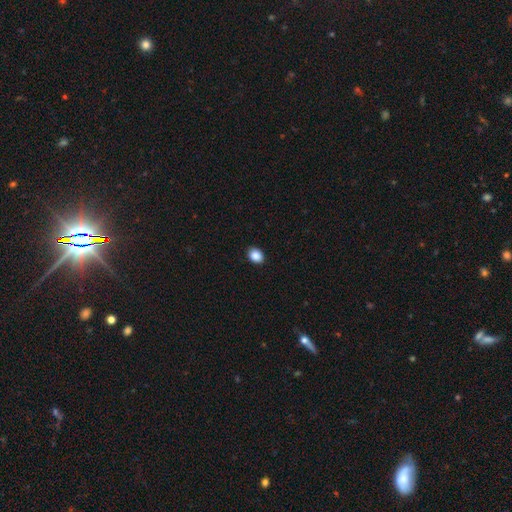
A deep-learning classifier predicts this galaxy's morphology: Smooth or featured? smooth (89%)
How rounded? in between (65%)
Merging? none (90%)